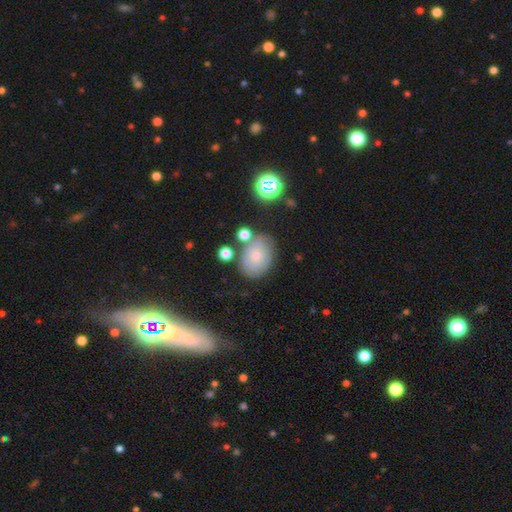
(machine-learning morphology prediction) A smooth galaxy with no disk features (55%) that is in between round and cigar-shaped (60%).

Vote fractions:
- Smooth or featured? smooth: 55% / featured or disk: 34% / star or artifact: 11%
- How rounded? in between: 60% / round: 39% / cigar-shaped: 1%
- Merging? none: 64% / minor disturbance: 20% / merger: 10% / major disturbance: 7%